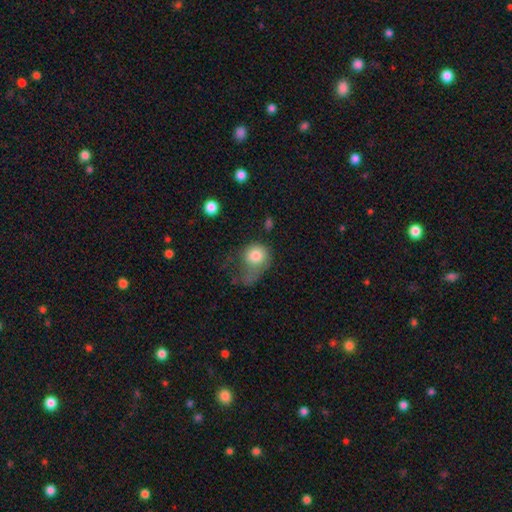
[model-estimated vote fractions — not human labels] This is likely a smooth galaxy (77%). How rounded: likely round (70%). Merging: possibly major disturbance (52%).